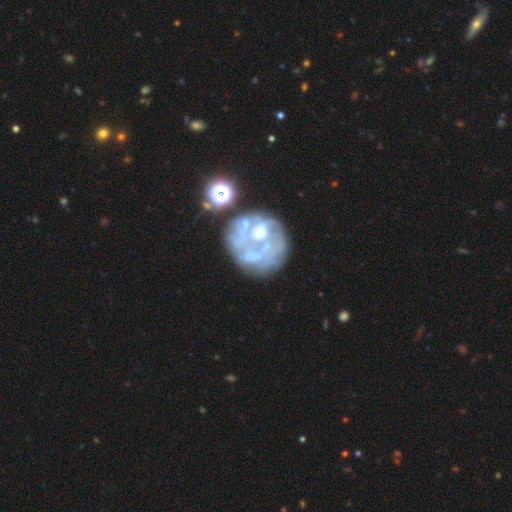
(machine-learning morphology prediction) Q: Smooth or featured?
A: featured or disk (65%); runner-up: smooth (21%)
Q: Edge-on disk?
A: no (98%); runner-up: yes (2%)
Q: Bar?
A: no (85%); runner-up: weak (11%)
Q: Spiral arms?
A: no (81%); runner-up: yes (19%)
Q: Bulge size?
A: moderate (42%); runner-up: none (32%)
Q: Merging?
A: none (43%); runner-up: major disturbance (23%)